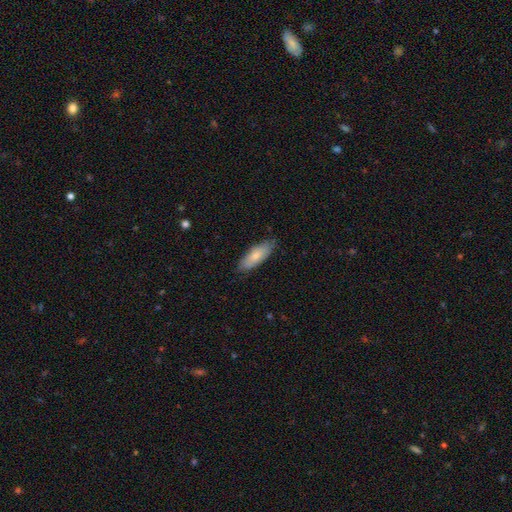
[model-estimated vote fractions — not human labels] smooth 74%, featured or disk 21%, star or artifact 5%. Down the decision tree: how rounded — in between (68%); merging — none (79%).